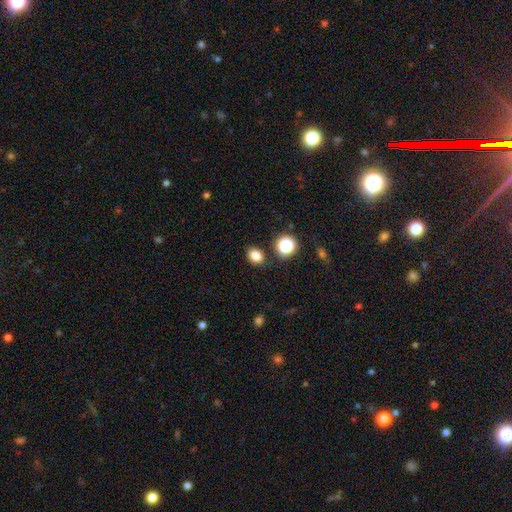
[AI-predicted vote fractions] Smooth or featured? Predicted: smooth (p=0.82). How rounded? Predicted: in between (p=0.57). Merging? Predicted: none (p=0.84).